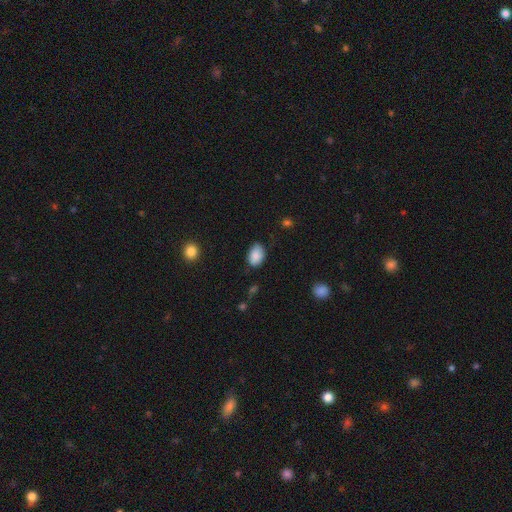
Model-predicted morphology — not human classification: Smooth or featured: smooth — 88% (star or artifact — 7%)
How rounded: in between — 88% (round — 11%)
Merging: none — 75% (minor disturbance — 19%)